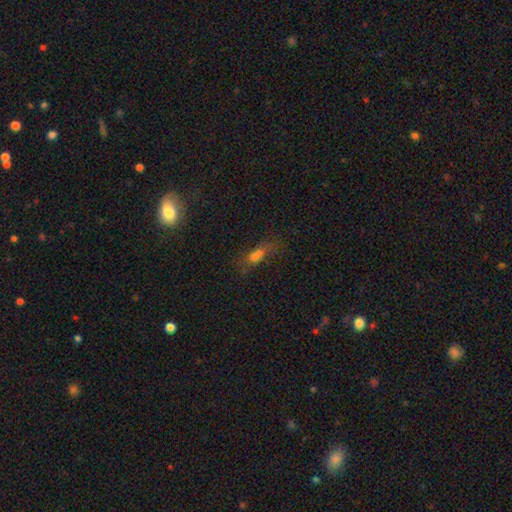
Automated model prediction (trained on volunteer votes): Smooth or featured?
  - smooth: 55% *
  - star or artifact: 25%
  - featured or disk: 20%
How rounded?
  - in between: 59% *
  - cigar-shaped: 25%
  - round: 16%
Merging?
  - none: 38% *
  - merger: 32%
  - minor disturbance: 15%
  - major disturbance: 15%